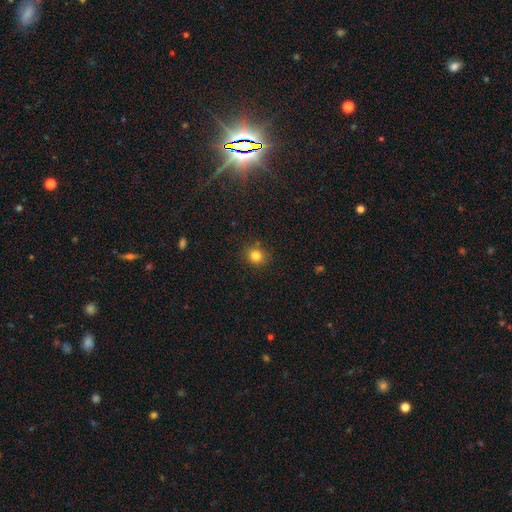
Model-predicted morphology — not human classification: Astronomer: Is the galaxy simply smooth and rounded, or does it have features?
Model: smooth — 82%.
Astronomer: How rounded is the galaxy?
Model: round — 80%.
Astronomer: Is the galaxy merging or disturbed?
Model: none — 83%.